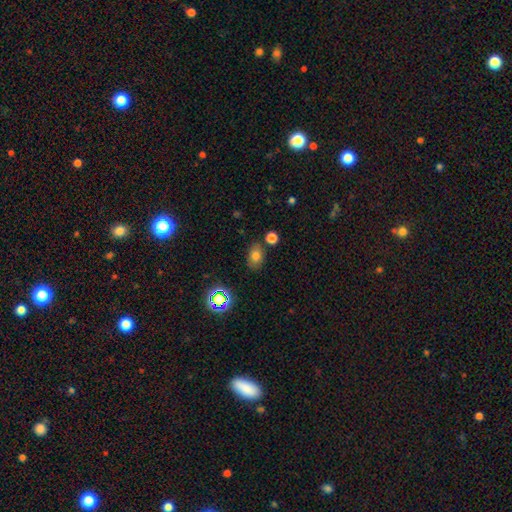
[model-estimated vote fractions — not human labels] This is likely a smooth galaxy (74%). How rounded: likely in between (75%). Merging: likely none (78%).